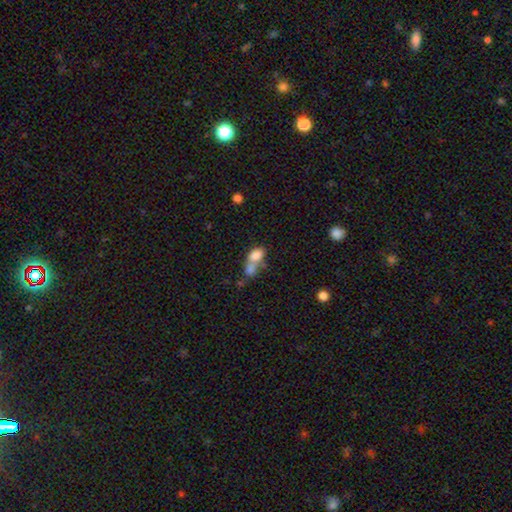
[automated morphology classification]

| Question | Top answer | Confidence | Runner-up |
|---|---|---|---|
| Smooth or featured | smooth | 76% | featured or disk (14%) |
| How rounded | in between | 81% | round (16%) |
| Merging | merger | 65% | none (20%) |